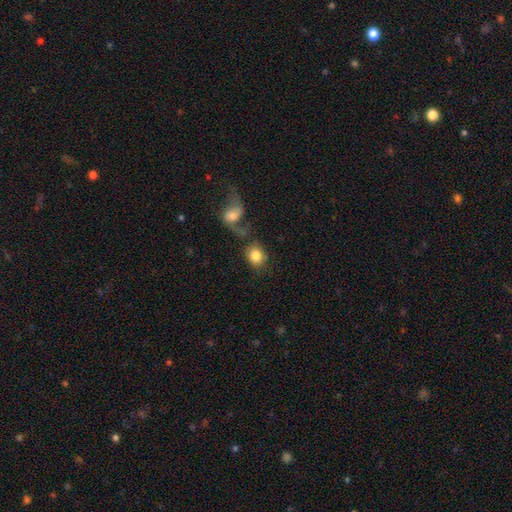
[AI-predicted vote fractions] Smooth or featured: smooth — 81% (featured or disk — 12%)
How rounded: round — 56% (in between — 43%)
Merging: none — 40% (merger — 38%)